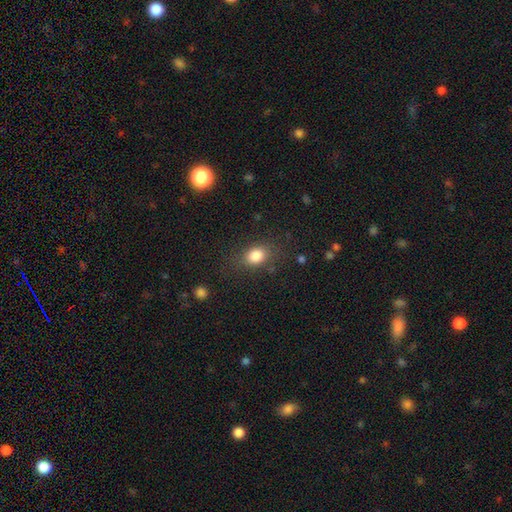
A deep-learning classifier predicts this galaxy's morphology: smooth-or-featured: smooth: 84% | star or artifact: 10% | featured or disk: 7%
  how-rounded: in between: 65% | round: 33% | cigar-shaped: 2%
  merging: none: 76% | minor disturbance: 15% | major disturbance: 7% | merger: 2%